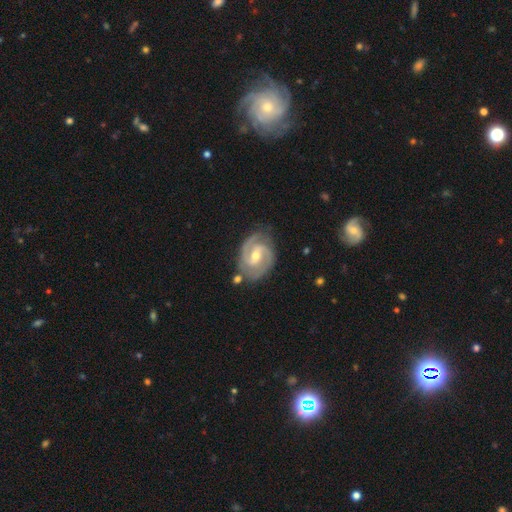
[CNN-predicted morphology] Q: Smooth or featured?
A: featured or disk (91%); runner-up: smooth (5%)
Q: Edge-on disk?
A: no (98%); runner-up: yes (2%)
Q: Bar?
A: weak (52%); runner-up: no (25%)
Q: Spiral arms?
A: yes (98%); runner-up: no (2%)
Q: Spiral winding?
A: tight (49%); runner-up: medium (44%)
Q: Spiral arm count?
A: 2 (82%); runner-up: 3 (9%)
Q: Bulge size?
A: moderate (59%); runner-up: small (38%)
Q: Merging?
A: none (75%); runner-up: minor disturbance (17%)